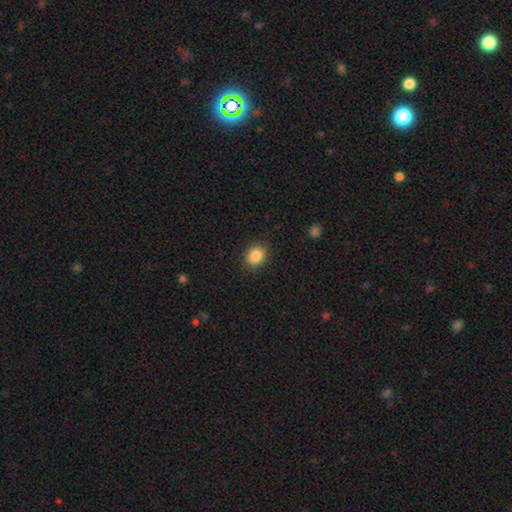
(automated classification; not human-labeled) The model was most divided on "how rounded": round: 64%, in between: 35%, cigar-shaped: 1%. More confident: merging — none (88%); smooth or featured — smooth (87%).